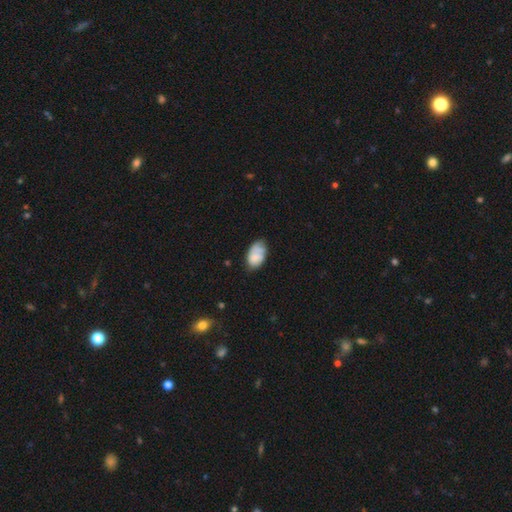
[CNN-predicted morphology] Smooth or featured? smooth (72%)
How rounded? in between (91%)
Merging? none (50%)